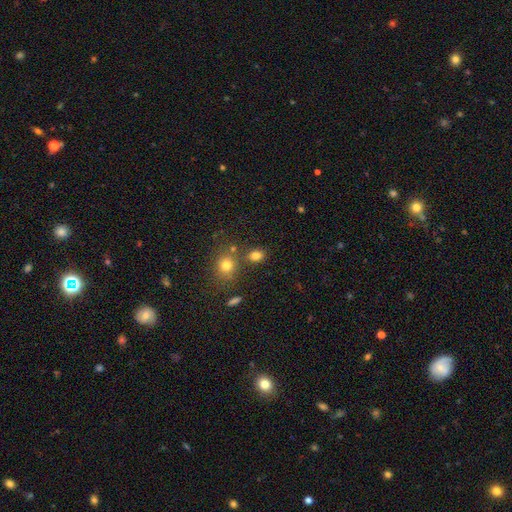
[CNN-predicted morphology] A smooth galaxy with no disk features (79%) that is in between round and cigar-shaped (54%). Merging: none (71%).